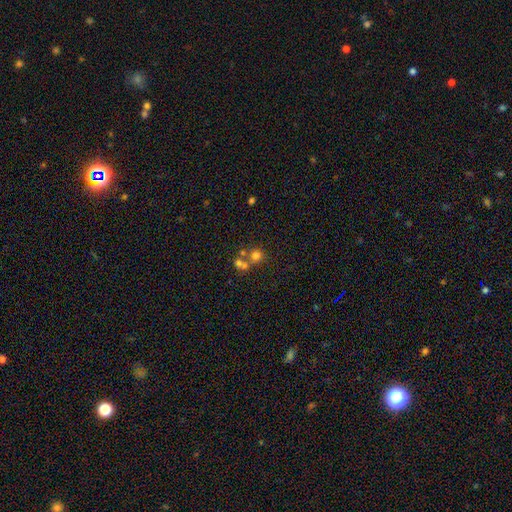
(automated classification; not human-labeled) This is likely a smooth galaxy (67%). How rounded: clearly round (84%). Merging: possibly merger (46%).